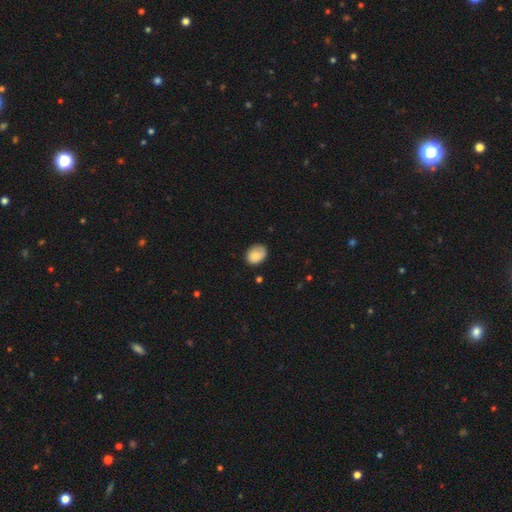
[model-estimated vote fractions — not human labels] Smooth or featured: smooth — 83% (featured or disk — 10%)
How rounded: in between — 61% (round — 38%)
Merging: none — 69% (minor disturbance — 24%)